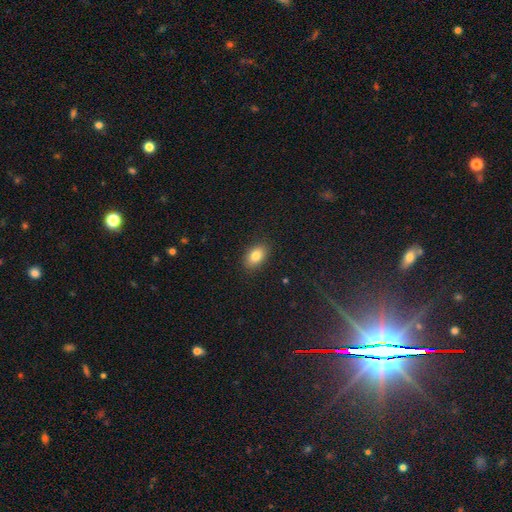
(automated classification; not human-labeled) The model was most divided on "smooth or featured": smooth: 83%, featured or disk: 9%, star or artifact: 9%. More confident: merging — none (88%); how rounded — in between (88%).